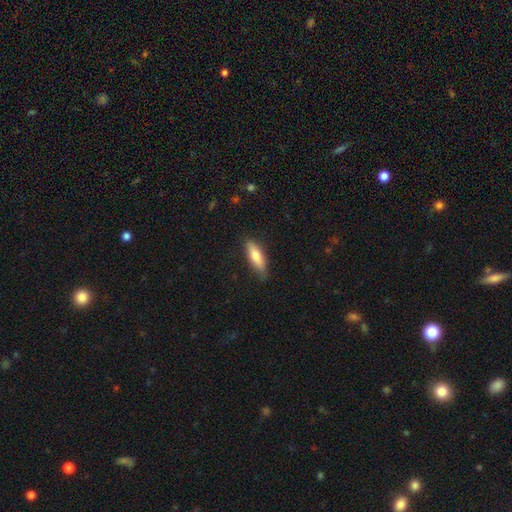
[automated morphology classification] smooth_or_featured: smooth (p=0.75) [alt: featured or disk p=0.20]
how_rounded: cigar-shaped (p=0.50) [alt: in between p=0.48]
merging: none (p=0.80) [alt: minor disturbance p=0.16]